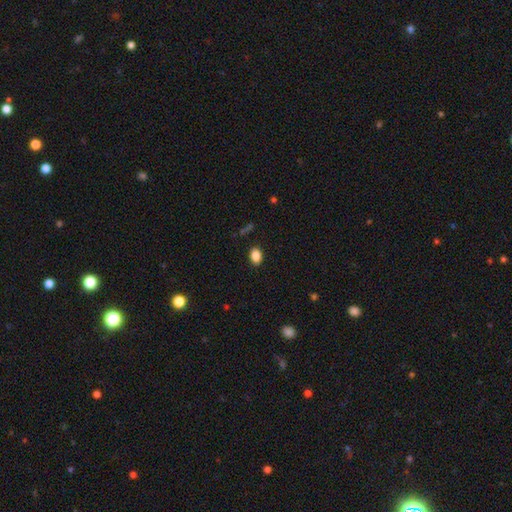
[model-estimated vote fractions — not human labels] Overall: smooth (87%). How rounded: in between (80%). Merging: none (88%).